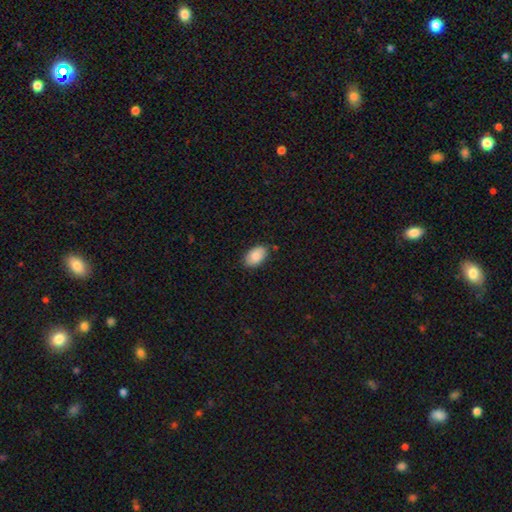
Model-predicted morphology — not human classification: Smooth or featured? smooth (86%)
How rounded? in between (92%)
Merging? none (82%)